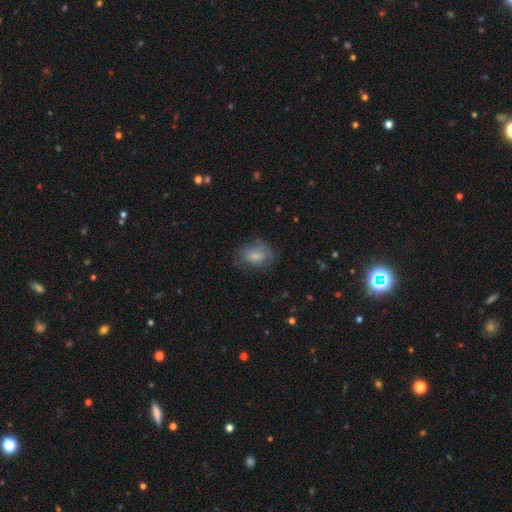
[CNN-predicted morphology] smooth 74%, featured or disk 18%, star or artifact 8%. Down the decision tree: how rounded — in between (72%); merging — none (59%).